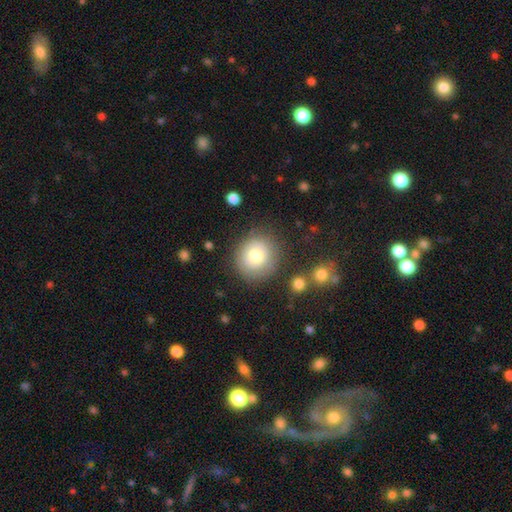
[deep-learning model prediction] This appears to be a smooth galaxy with no disk features (75%) that is round (89%). Merging: none (78%).